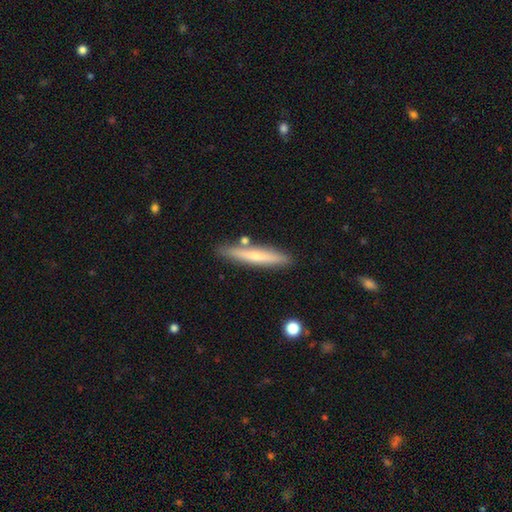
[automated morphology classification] type=smooth (56%); roundness=cigar-shaped (93%); merging=none (84%).